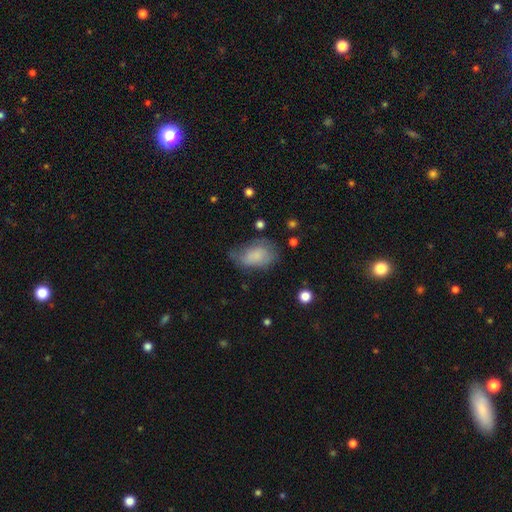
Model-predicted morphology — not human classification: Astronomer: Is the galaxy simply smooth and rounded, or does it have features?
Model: smooth — 74%.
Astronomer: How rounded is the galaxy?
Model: in between — 89%.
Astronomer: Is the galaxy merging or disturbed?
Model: none — 43% (runner-up: minor disturbance, 36%).